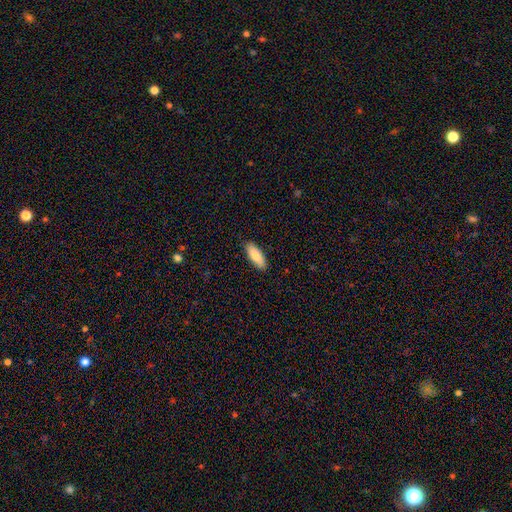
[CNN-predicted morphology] This appears to be a smooth galaxy with no disk features (86%) that is in between round and cigar-shaped (71%). Merging: none (88%).